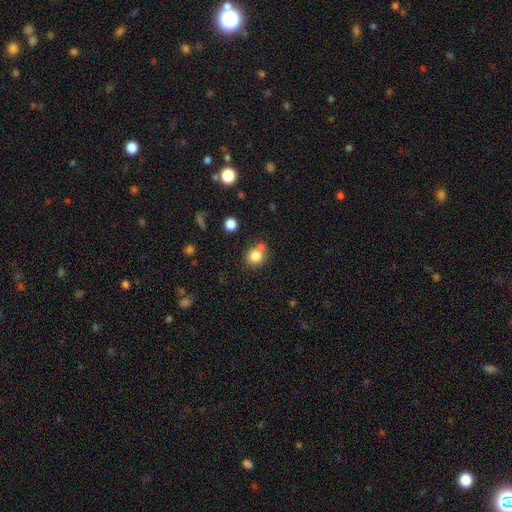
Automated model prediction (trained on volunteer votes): Smooth or featured: smooth — 82% (star or artifact — 11%)
How rounded: round — 80% (in between — 19%)
Merging: none — 59% (merger — 22%)